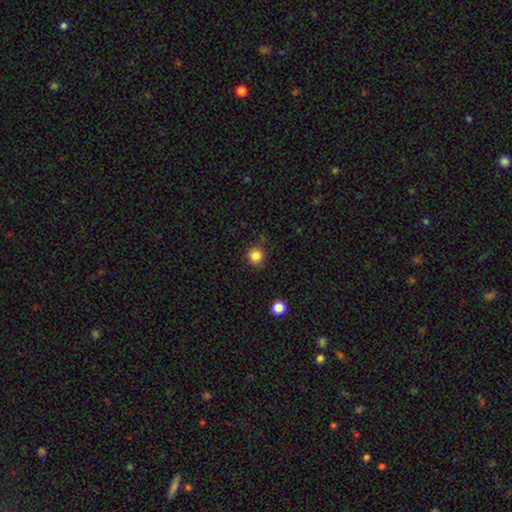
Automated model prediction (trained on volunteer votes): The model was most divided on "smooth or featured": smooth: 85%, star or artifact: 11%, featured or disk: 4%. More confident: how rounded — round (93%); merging — none (87%).